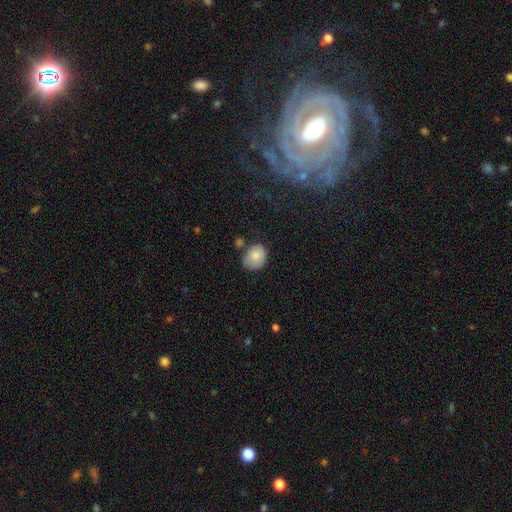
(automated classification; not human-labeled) smooth_or_featured: smooth (p=0.80) [alt: featured or disk p=0.13]
how_rounded: round (p=0.60) [alt: in between p=0.39]
merging: none (p=0.59) [alt: minor disturbance p=0.25]